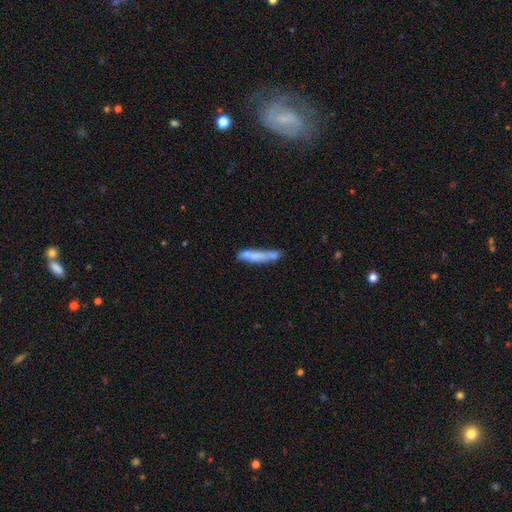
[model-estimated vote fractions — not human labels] Smooth or featured?
  - smooth: 64% *
  - featured or disk: 28%
  - star or artifact: 8%
How rounded?
  - cigar-shaped: 90% *
  - in between: 9%
  - round: 2%
Merging?
  - none: 51% *
  - minor disturbance: 22%
  - merger: 18%
  - major disturbance: 9%